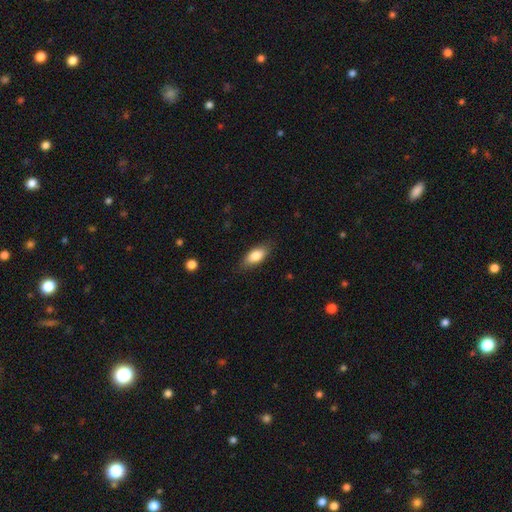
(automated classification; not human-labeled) Smooth or featured? smooth (80%)
How rounded? in between (83%)
Merging? none (81%)